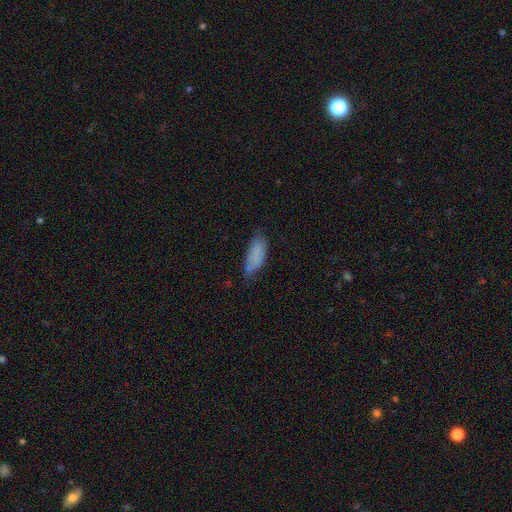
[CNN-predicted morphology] smooth 78%, featured or disk 14%, star or artifact 9%. Down the decision tree: how rounded — in between (76%); merging — none (51%).